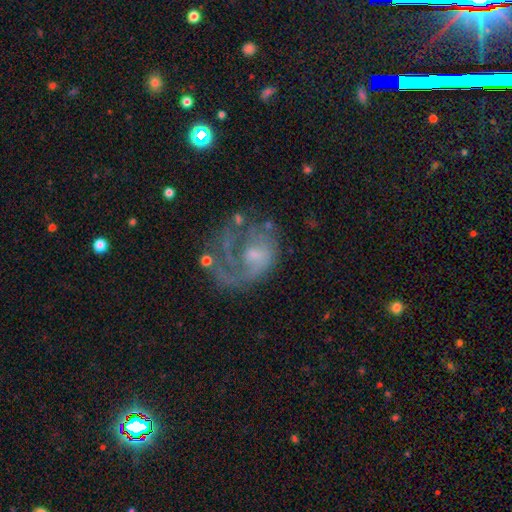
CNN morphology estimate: A featured or disk galaxy (74%) with no bar (65%), 1 (73%) medium (36%, tied with loose) spiral arms (77%) and a small central bulge (40%). Merging: none (39%).